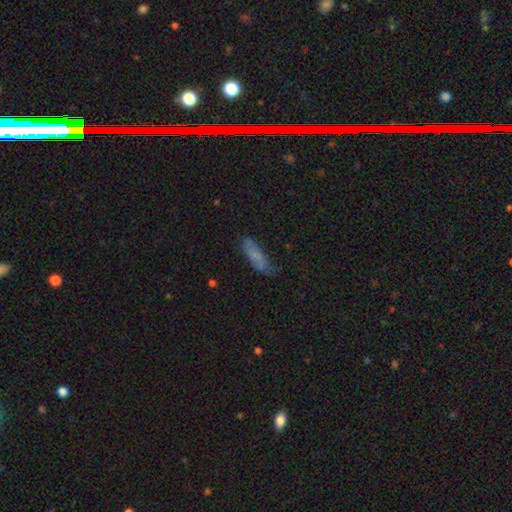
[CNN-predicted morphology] smooth 67%, featured or disk 24%, star or artifact 9%. Down the decision tree: how rounded — cigar-shaped (51%); merging — none (59%).